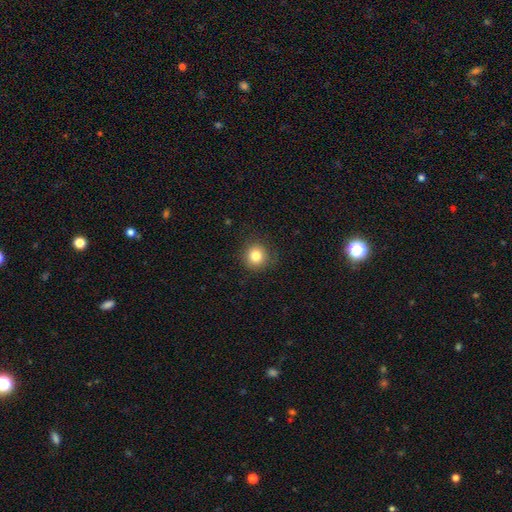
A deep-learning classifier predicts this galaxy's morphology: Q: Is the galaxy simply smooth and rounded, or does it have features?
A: smooth — 83%.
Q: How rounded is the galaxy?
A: round — 92%.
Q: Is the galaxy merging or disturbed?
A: none — 89%.